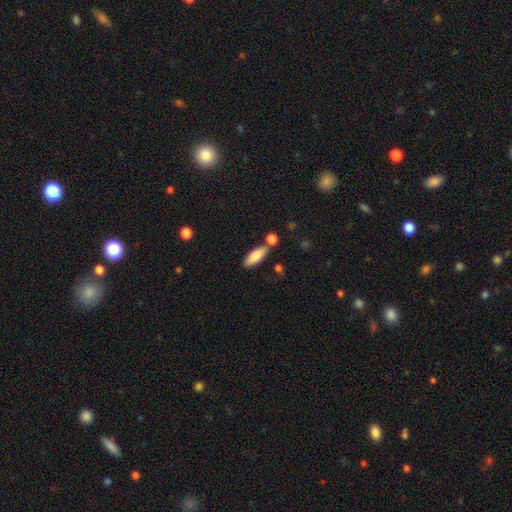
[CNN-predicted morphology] Smooth or featured: smooth — 86% (featured or disk — 8%)
How rounded: in between — 72% (cigar-shaped — 26%)
Merging: none — 69% (merger — 15%)